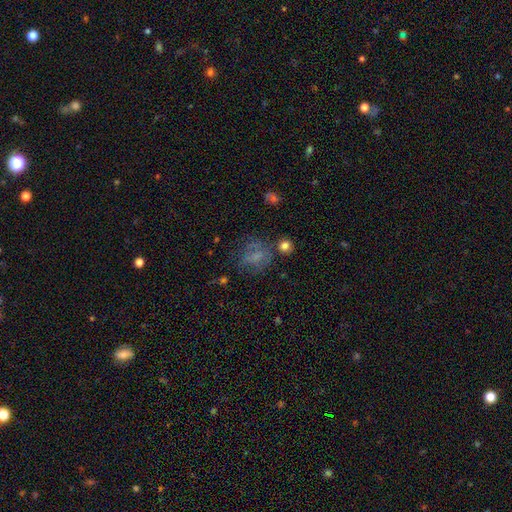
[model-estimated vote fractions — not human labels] This is possibly a smooth galaxy (46%). Merging: possibly none (53%).